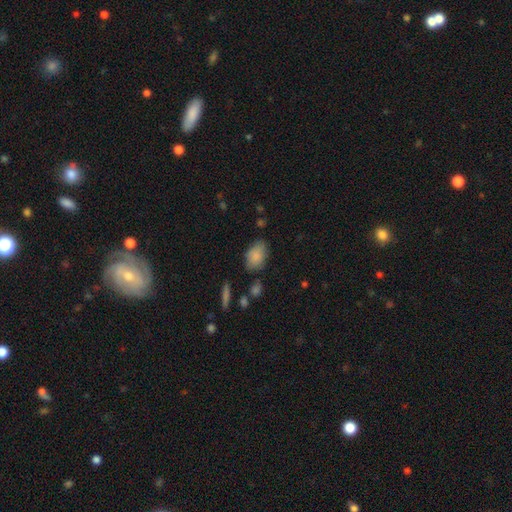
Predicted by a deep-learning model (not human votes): This appears to be a smooth galaxy with no disk features (84%) that is in between round and cigar-shaped (88%). Merging: none (68%).